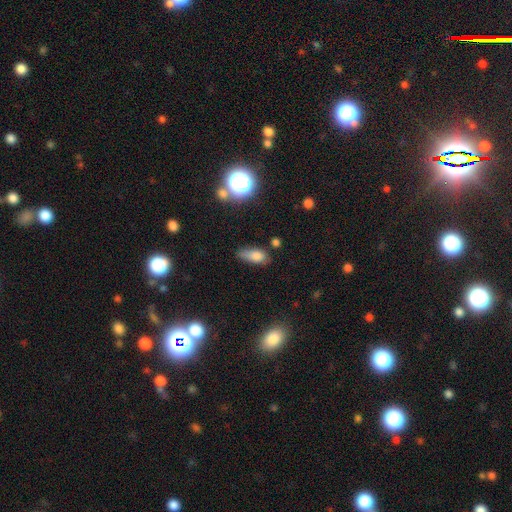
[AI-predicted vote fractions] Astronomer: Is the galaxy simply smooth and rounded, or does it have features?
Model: smooth — 78%.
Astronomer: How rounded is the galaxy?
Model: in between — 80%.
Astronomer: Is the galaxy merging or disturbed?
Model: none — 51% (runner-up: minor disturbance, 33%).